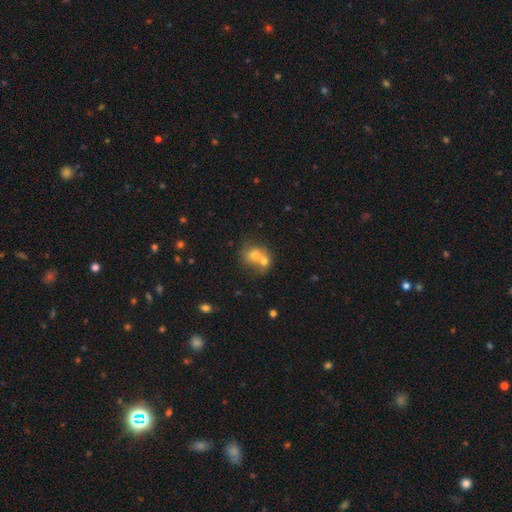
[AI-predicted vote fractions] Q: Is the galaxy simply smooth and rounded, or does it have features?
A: smooth — 68%.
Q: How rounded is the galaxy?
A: round — 66%.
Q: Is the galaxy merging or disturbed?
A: merger — 61%.